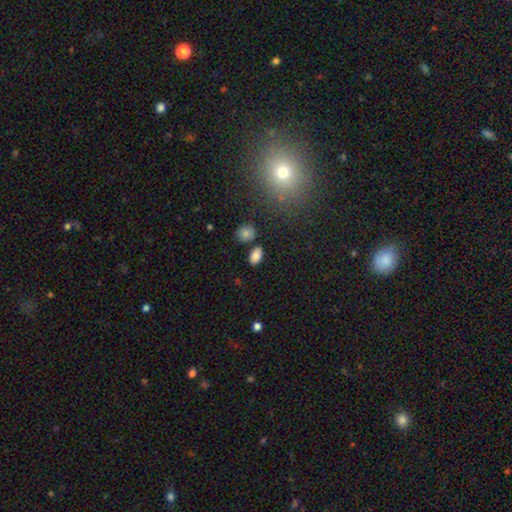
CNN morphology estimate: Smooth or featured: smooth — 85% (star or artifact — 10%)
How rounded: in between — 89% (round — 9%)
Merging: none — 78% (minor disturbance — 11%)